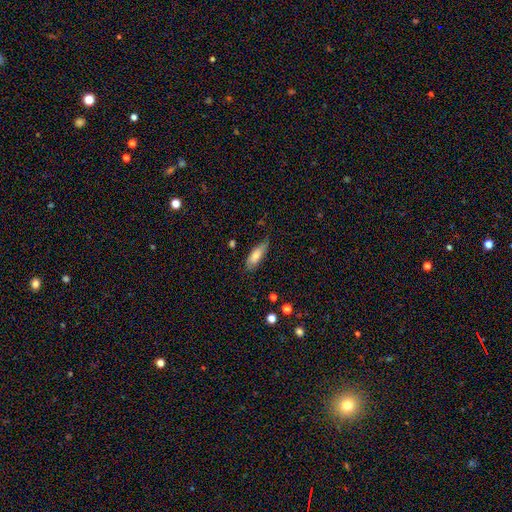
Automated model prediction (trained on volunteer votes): A smooth galaxy with no disk features (71%) that is in between round and cigar-shaped (64%). Merging: none (61%).